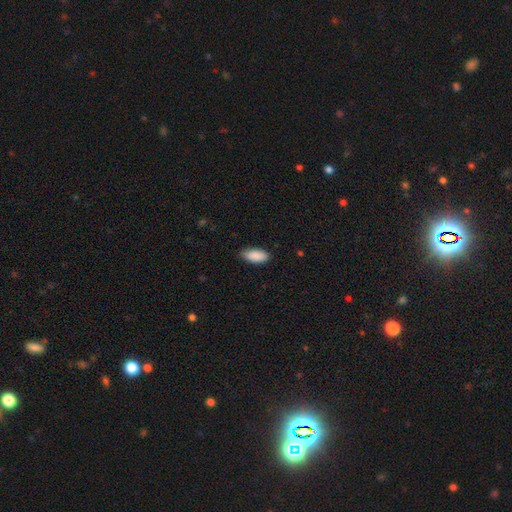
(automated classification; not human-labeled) smooth_or_featured: smooth (p=0.90) [alt: star or artifact p=0.06]
how_rounded: in between (p=0.90) [alt: cigar-shaped p=0.08]
merging: none (p=0.82) [alt: minor disturbance p=0.14]